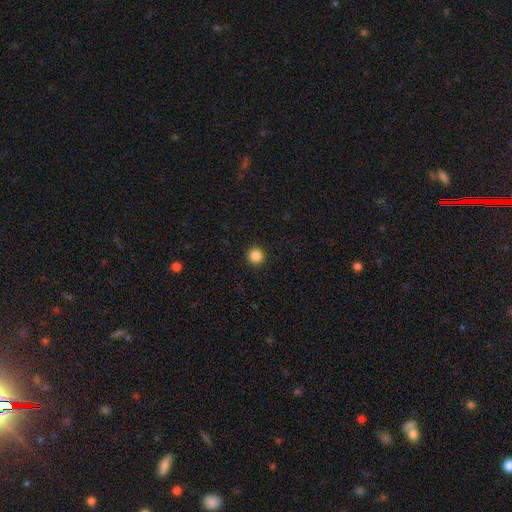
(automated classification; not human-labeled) This appears to be a smooth galaxy with no disk features (86%) that is round (95%). Merging: none (93%).